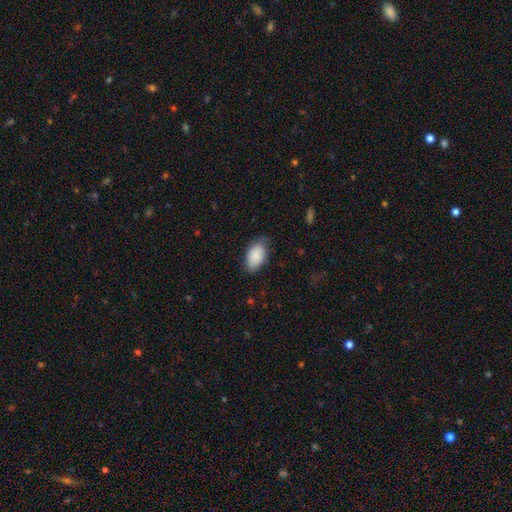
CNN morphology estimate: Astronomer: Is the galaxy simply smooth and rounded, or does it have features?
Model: smooth — 88%.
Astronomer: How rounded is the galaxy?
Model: in between — 94%.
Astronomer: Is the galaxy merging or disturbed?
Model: none — 72%.